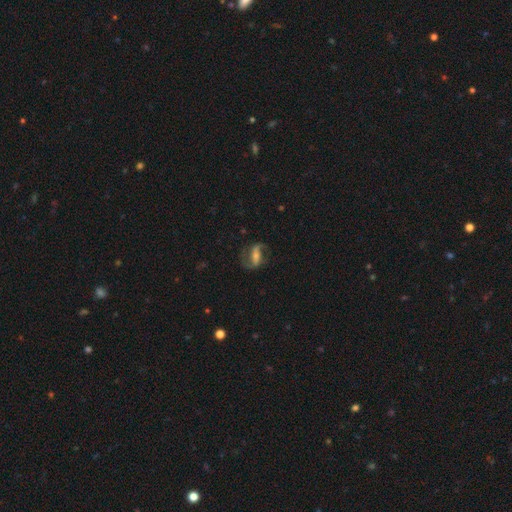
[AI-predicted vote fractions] A featured or disk galaxy (77%) with a strong bar (55%), 2 (88%) loose (49%) spiral arms (90%) and a small central bulge (48%).

Vote fractions:
- Smooth or featured? featured or disk: 77% / smooth: 16% / star or artifact: 7%
- Edge-on disk? no: 93% / yes: 7%
- Bar? strong: 55% / weak: 28% / no: 17%
- Spiral arms? yes: 90% / no: 10%
- Spiral winding? loose: 49% / medium: 39% / tight: 13%
- Spiral arm count? 2: 88% / 1: 5% / can't tell: 4% / 3: 1% / 4: 1% / more than 4: 1%
- Bulge size? small: 48% / moderate: 40% / none: 5% / large: 5% / dominant: 2%
- Merging? none: 69% / minor disturbance: 16% / major disturbance: 13% / merger: 2%